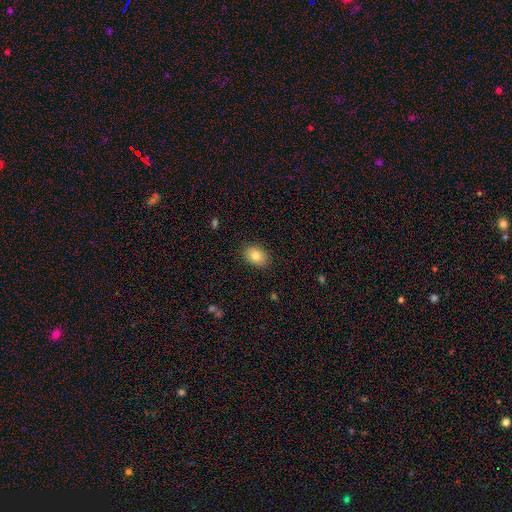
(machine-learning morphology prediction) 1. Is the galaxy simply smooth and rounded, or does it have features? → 81% smooth, 10% featured or disk, 9% star or artifact.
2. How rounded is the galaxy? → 73% in between, 26% round, 1% cigar-shaped.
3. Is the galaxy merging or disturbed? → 88% none, 9% minor disturbance, 2% major disturbance, 1% merger.